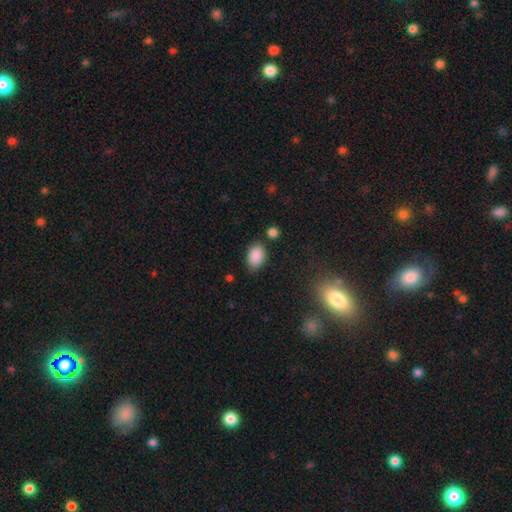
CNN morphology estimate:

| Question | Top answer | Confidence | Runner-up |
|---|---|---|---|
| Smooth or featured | smooth | 89% | star or artifact (7%) |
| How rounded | in between | 87% | round (11%) |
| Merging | none | 74% | minor disturbance (18%) |